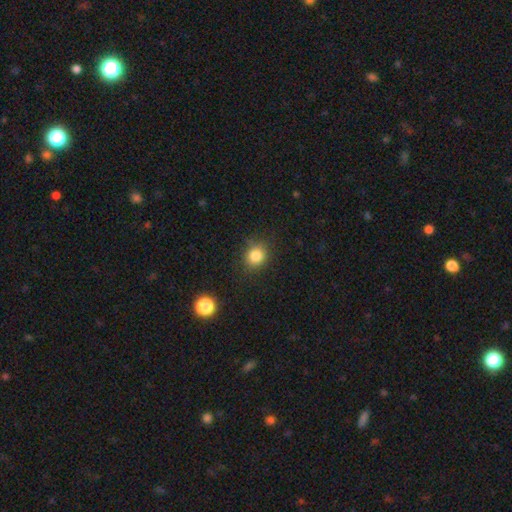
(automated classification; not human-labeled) Smooth or featured?
  - smooth: 83% *
  - star or artifact: 12%
  - featured or disk: 5%
How rounded?
  - round: 81% *
  - in between: 18%
  - cigar-shaped: 1%
Merging?
  - none: 84% *
  - minor disturbance: 11%
  - major disturbance: 3%
  - merger: 2%